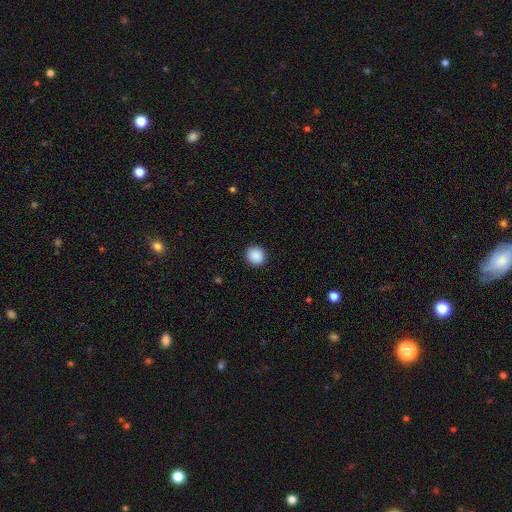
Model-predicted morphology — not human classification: A smooth galaxy with no disk features (90%) that is round (89%). Merging: none (92%).